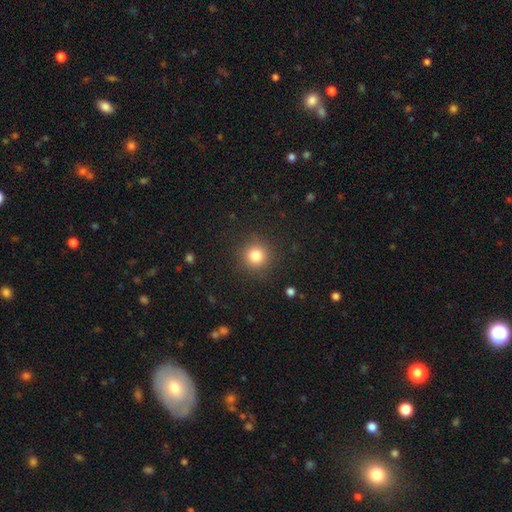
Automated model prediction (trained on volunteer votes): smooth_or_featured: smooth (p=0.82) [alt: star or artifact p=0.12]
how_rounded: round (p=0.94) [alt: in between p=0.05]
merging: none (p=0.89) [alt: minor disturbance p=0.07]